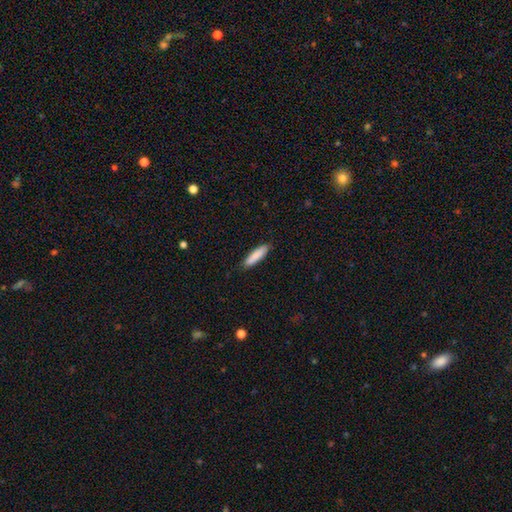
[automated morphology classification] Overall: smooth (87%). How rounded: cigar-shaped (71%). Merging: none (86%).